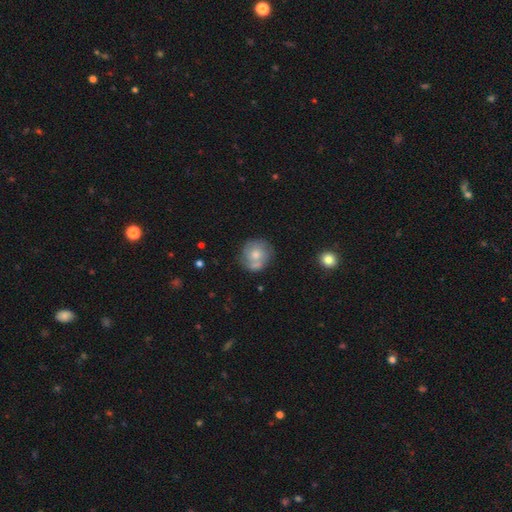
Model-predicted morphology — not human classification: The model was most divided on "smooth or featured": smooth: 56%, featured or disk: 36%, star or artifact: 7%. More confident: how rounded — round (84%); merging — none (59%).